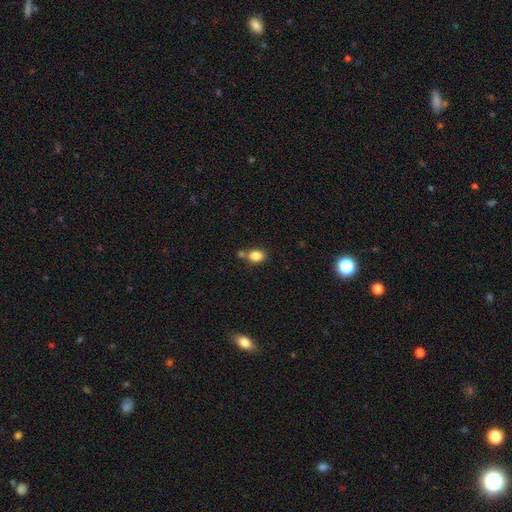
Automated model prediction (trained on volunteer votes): A smooth galaxy with no disk features (84%) that is in between round and cigar-shaped (61%).

Vote fractions:
- Smooth or featured? smooth: 84% / star or artifact: 10% / featured or disk: 6%
- How rounded? in between: 61% / round: 38% / cigar-shaped: 1%
- Merging? none: 62% / merger: 22% / minor disturbance: 12% / major disturbance: 4%